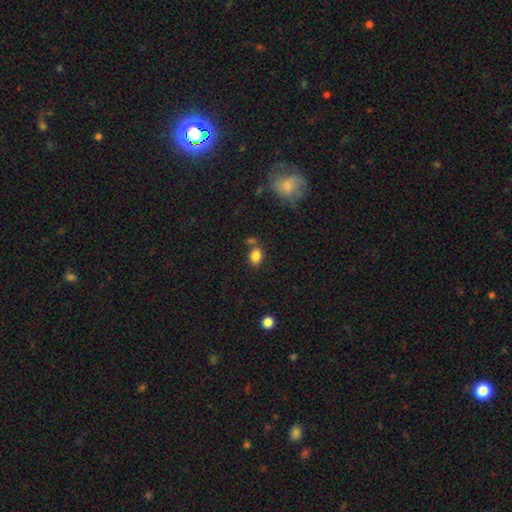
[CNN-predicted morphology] smooth-or-featured: smooth: 84% | star or artifact: 11% | featured or disk: 6%
  how-rounded: in between: 71% | round: 28% | cigar-shaped: 1%
  merging: none: 61% | merger: 18% | minor disturbance: 16% | major disturbance: 5%